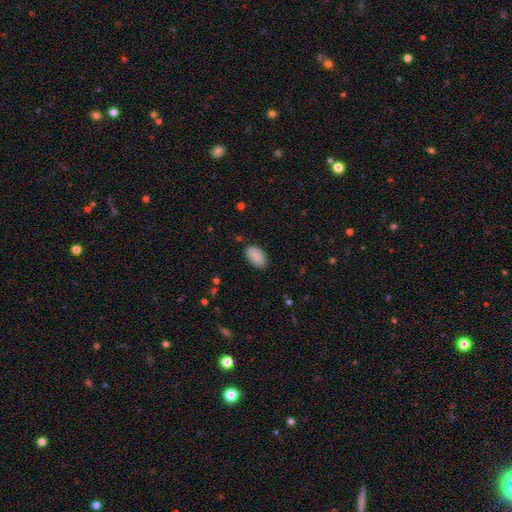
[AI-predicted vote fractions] A smooth galaxy with no disk features (90%) that is in between round and cigar-shaped (94%). Merging: none (83%).